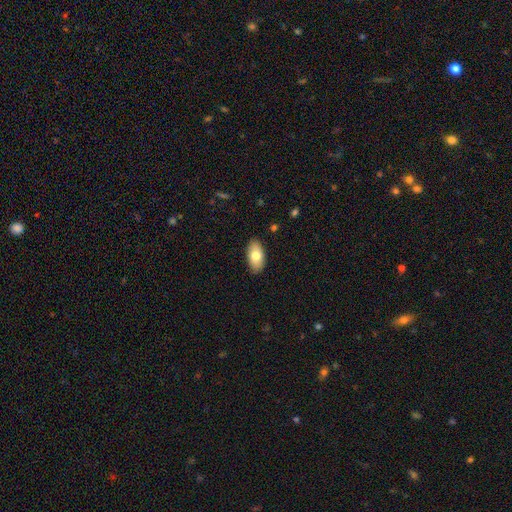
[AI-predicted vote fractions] smooth-or-featured: smooth: 78% | featured or disk: 16% | star or artifact: 6%
  how-rounded: in between: 94% | round: 3% | cigar-shaped: 3%
  merging: none: 88% | minor disturbance: 9% | major disturbance: 2% | merger: 1%